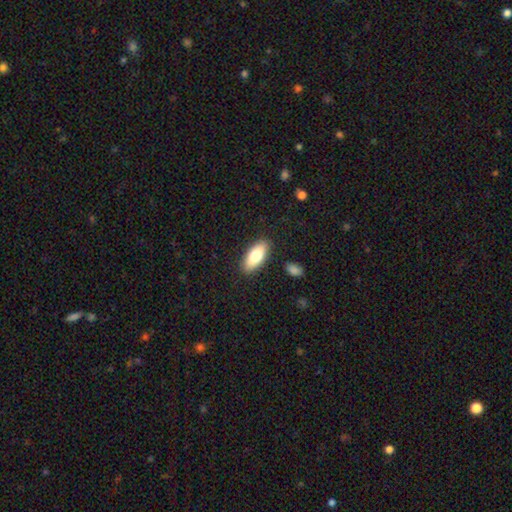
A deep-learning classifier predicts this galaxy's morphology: Smooth or featured? smooth (77%)
How rounded? in between (83%)
Merging? none (88%)